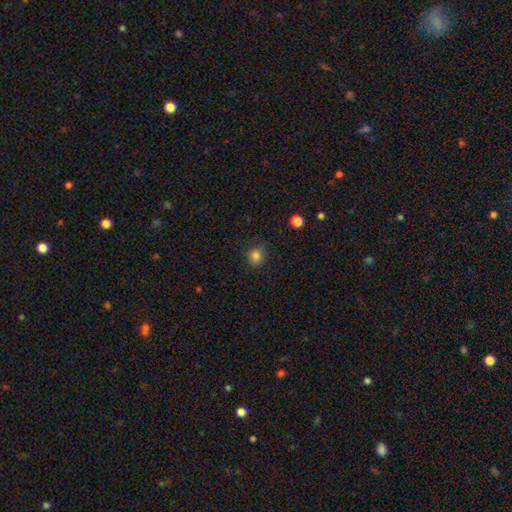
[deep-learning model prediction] Smooth or featured?
  - smooth: 84% *
  - star or artifact: 12%
  - featured or disk: 4%
How rounded?
  - round: 82% *
  - in between: 17%
  - cigar-shaped: 1%
Merging?
  - none: 82% *
  - minor disturbance: 13%
  - major disturbance: 3%
  - merger: 1%